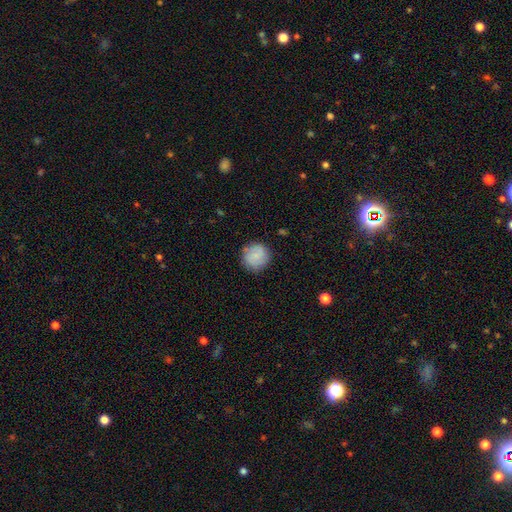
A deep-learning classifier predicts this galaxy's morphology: smooth-or-featured: smooth: 65% | featured or disk: 27% | star or artifact: 8%
  how-rounded: round: 91% | in between: 9% | cigar-shaped: 1%
  merging: none: 83% | minor disturbance: 12% | major disturbance: 4% | merger: 2%